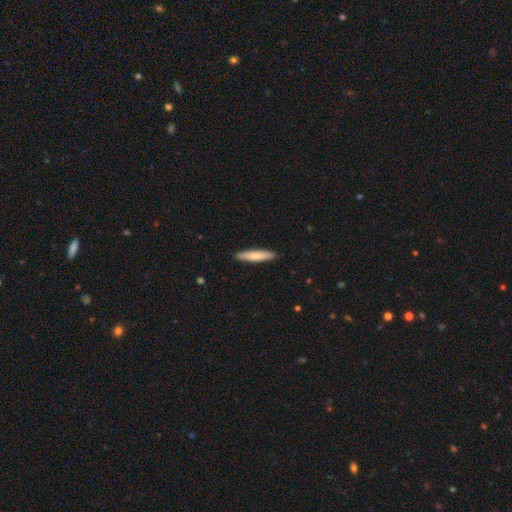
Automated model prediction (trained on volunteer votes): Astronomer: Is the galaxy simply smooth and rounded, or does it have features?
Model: smooth — 76%.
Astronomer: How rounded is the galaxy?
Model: cigar-shaped — 88%.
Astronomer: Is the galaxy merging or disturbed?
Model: none — 91%.